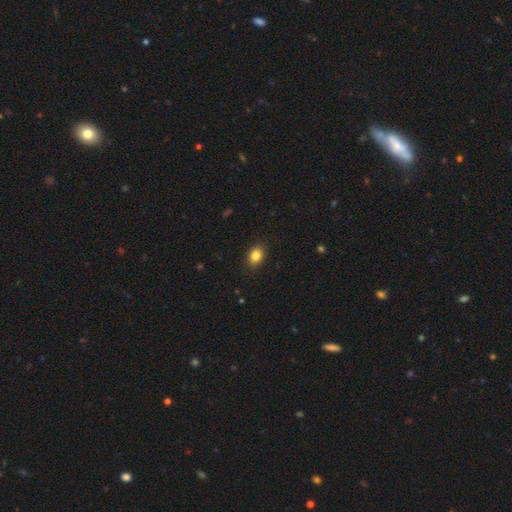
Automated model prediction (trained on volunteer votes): This is clearly a smooth galaxy (85%). How rounded: likely in between (65%). Merging: clearly none (88%).